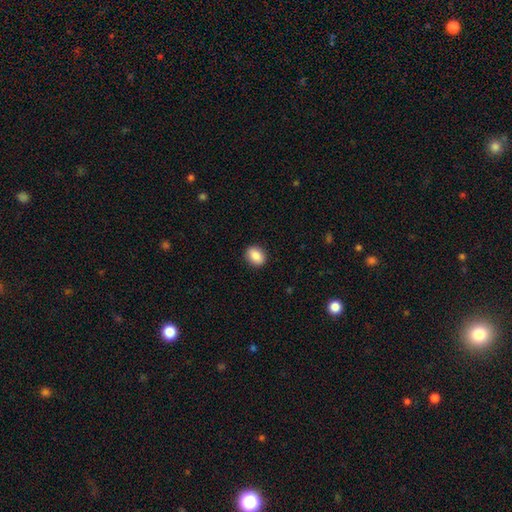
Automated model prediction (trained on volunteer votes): Morphology: type=smooth (87%); roundness=in between (62%); merging=none (90%).